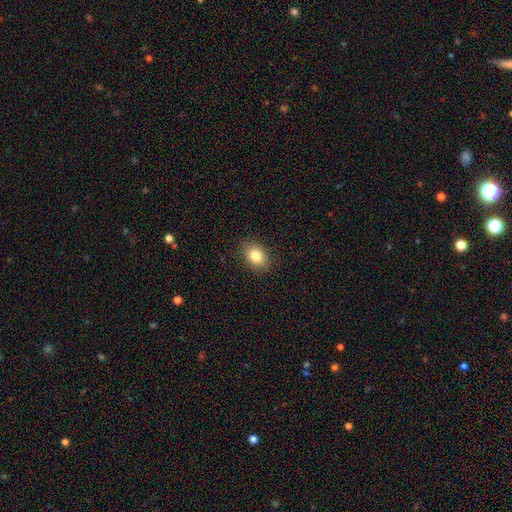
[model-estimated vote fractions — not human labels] Smooth or featured? smooth (83%)
How rounded? in between (69%)
Merging? none (87%)